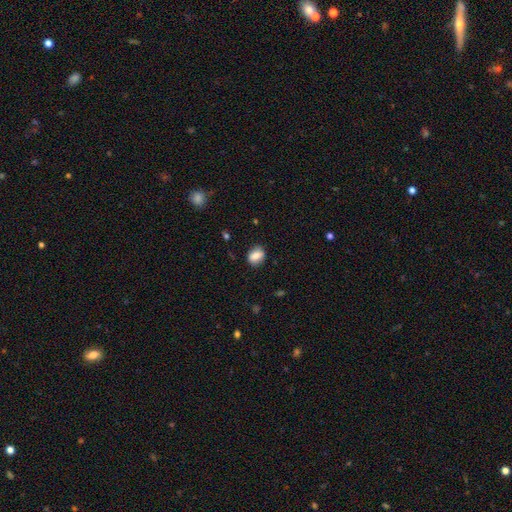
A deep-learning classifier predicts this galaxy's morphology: Smooth or featured?
  - smooth: 79% *
  - featured or disk: 12%
  - star or artifact: 8%
How rounded?
  - in between: 58% *
  - round: 40%
  - cigar-shaped: 2%
Merging?
  - none: 82% *
  - minor disturbance: 13%
  - major disturbance: 3%
  - merger: 2%